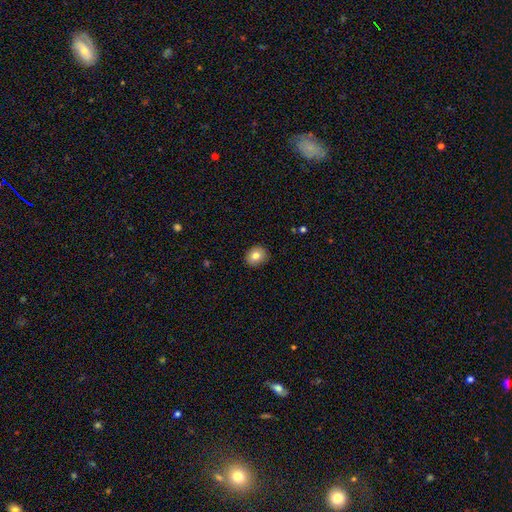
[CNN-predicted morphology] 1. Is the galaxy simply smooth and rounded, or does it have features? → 81% smooth, 10% featured or disk, 9% star or artifact.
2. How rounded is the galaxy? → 69% round, 30% in between, 1% cigar-shaped.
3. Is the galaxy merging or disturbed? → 90% none, 8% minor disturbance, 2% major disturbance, 1% merger.